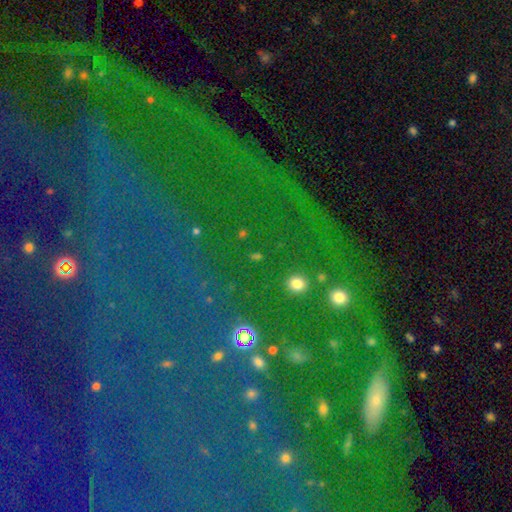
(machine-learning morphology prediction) smooth_or_featured: star or artifact (p=0.71) [alt: smooth p=0.17]